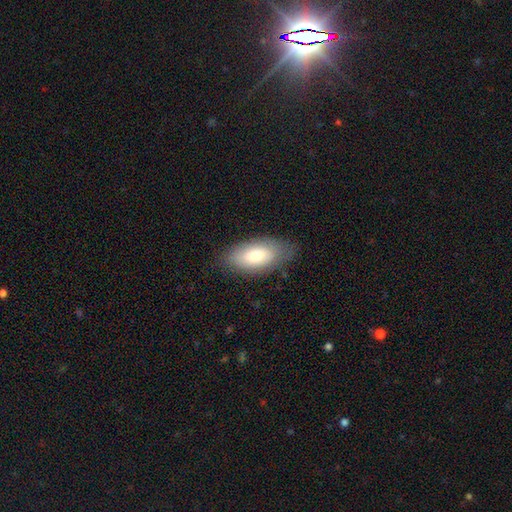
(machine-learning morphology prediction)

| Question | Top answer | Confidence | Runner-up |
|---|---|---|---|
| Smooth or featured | smooth | 78% | featured or disk (16%) |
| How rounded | in between | 92% | cigar-shaped (6%) |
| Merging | none | 75% | minor disturbance (19%) |